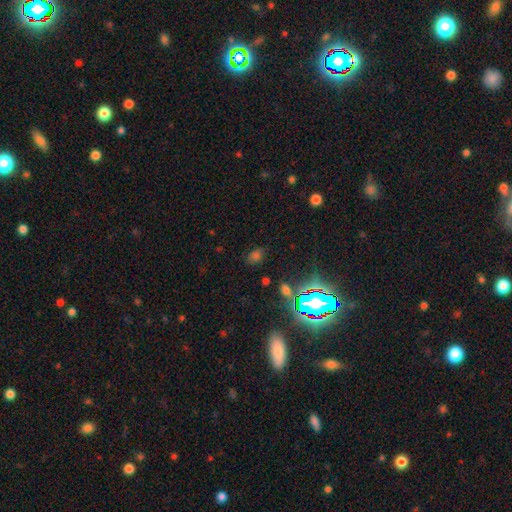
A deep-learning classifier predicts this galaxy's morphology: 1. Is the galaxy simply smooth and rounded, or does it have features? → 49% star or artifact, 41% smooth, 10% featured or disk.